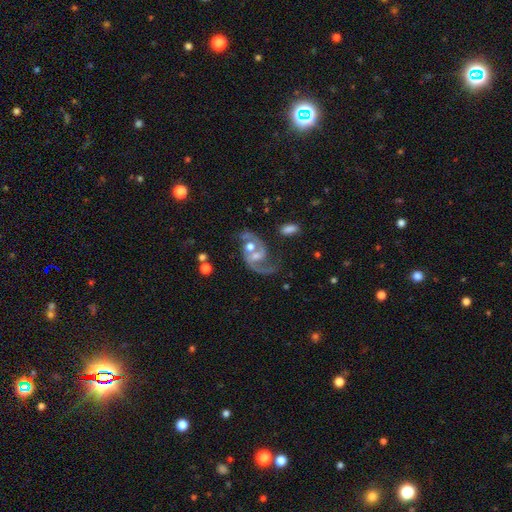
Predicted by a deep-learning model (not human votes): Overall: featured or disk (88%). Edge-on disk: no (98%). Bar: weak (42%; no 41%). Spiral arms: yes (96%). Spiral arm count: 2 (86%). Spiral winding: medium (47%; loose 43%). Bulge size: moderate (57%; small 30%). Merging: none (47%; merger 22%).